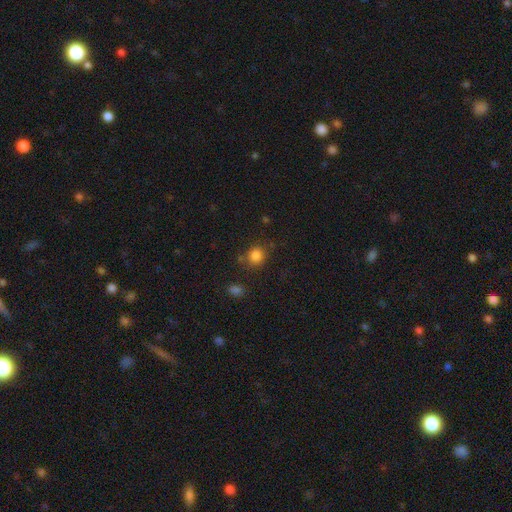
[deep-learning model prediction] This is clearly a smooth galaxy (83%). How rounded: clearly round (82%). Merging: likely none (76%).